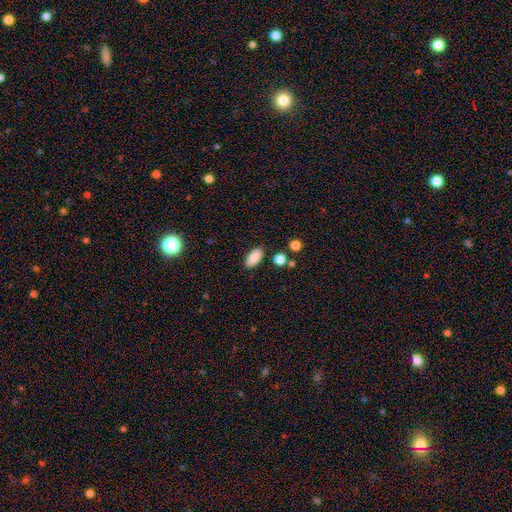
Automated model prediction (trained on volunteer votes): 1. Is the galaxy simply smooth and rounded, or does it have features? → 87% smooth, 8% star or artifact, 5% featured or disk.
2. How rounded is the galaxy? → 90% in between, 7% cigar-shaped, 3% round.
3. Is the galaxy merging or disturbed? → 85% none, 10% minor disturbance, 3% merger, 2% major disturbance.